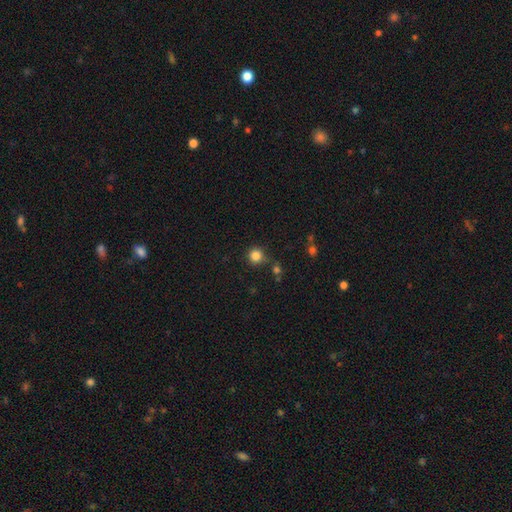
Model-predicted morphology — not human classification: Smooth or featured: smooth — 84% (star or artifact — 12%)
How rounded: round — 94% (in between — 6%)
Merging: none — 79% (minor disturbance — 11%)